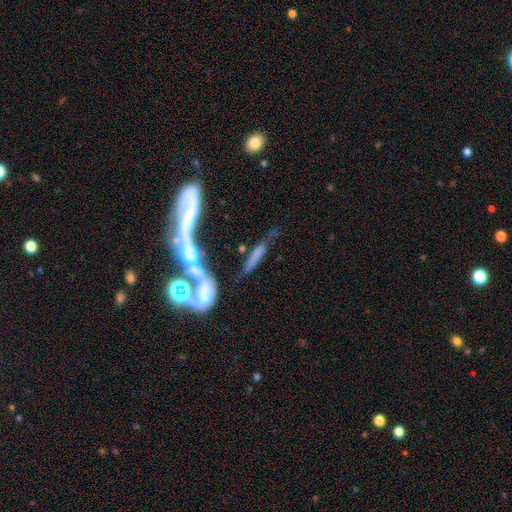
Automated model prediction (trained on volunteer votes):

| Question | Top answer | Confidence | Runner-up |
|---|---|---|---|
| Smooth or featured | featured or disk | 49% | smooth (37%) |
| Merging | merger | 38% | none (29%) |